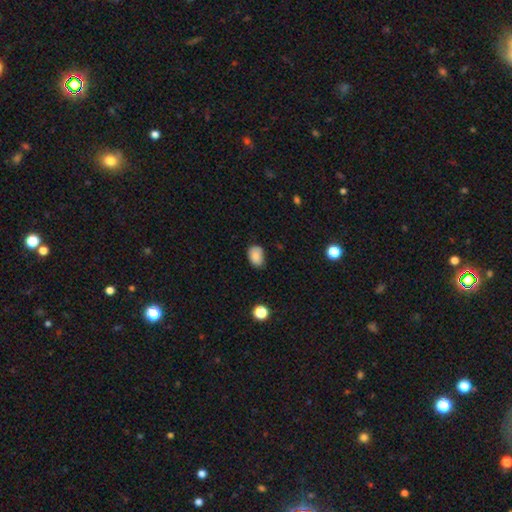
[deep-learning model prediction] Smooth or featured?
  - smooth: 84% *
  - star or artifact: 9%
  - featured or disk: 7%
How rounded?
  - in between: 78% *
  - round: 21%
  - cigar-shaped: 1%
Merging?
  - none: 69% *
  - minor disturbance: 26%
  - major disturbance: 4%
  - merger: 1%